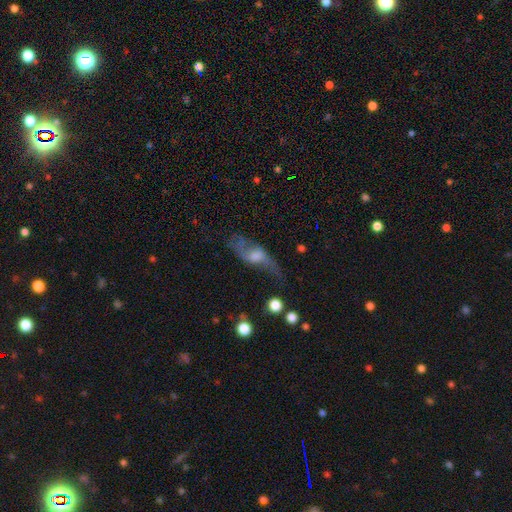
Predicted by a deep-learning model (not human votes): A featured or disk galaxy (58%). Merging: none (42%).